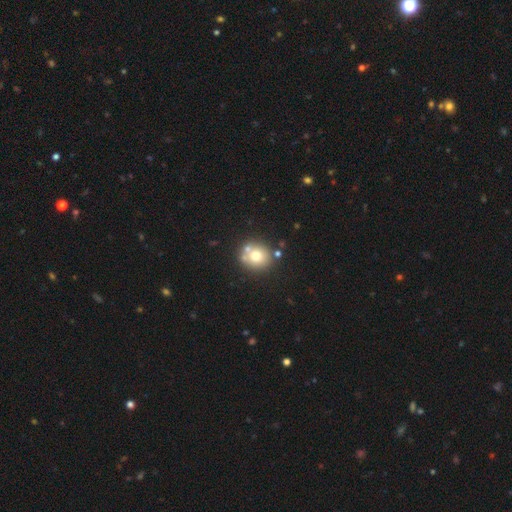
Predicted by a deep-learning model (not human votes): Overall: smooth (68%). How rounded: round (85%). Merging: none (67%).